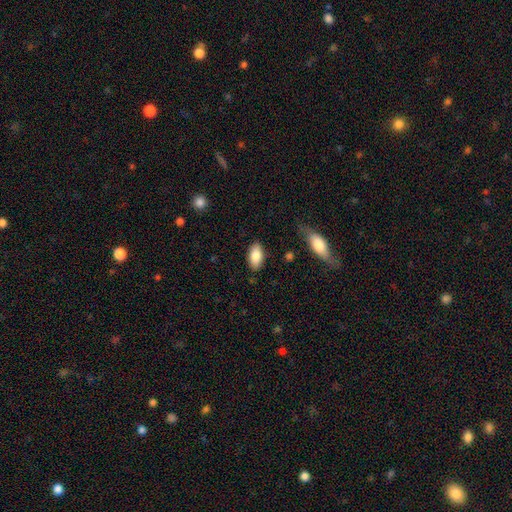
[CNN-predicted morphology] smooth 85%, featured or disk 9%, star or artifact 6%. Down the decision tree: how rounded — in between (93%); merging — none (85%).